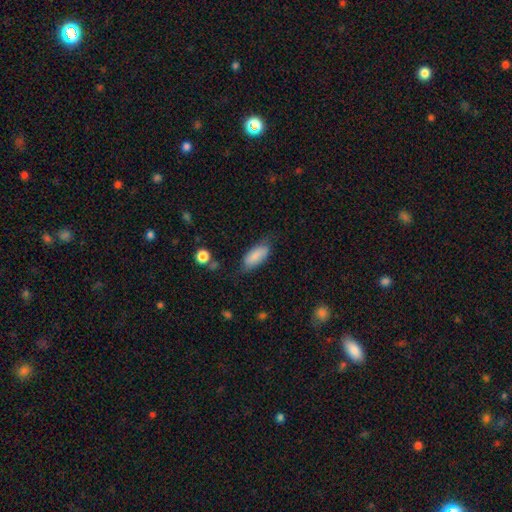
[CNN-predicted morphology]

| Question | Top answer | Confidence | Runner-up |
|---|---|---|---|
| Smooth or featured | smooth | 83% | featured or disk (11%) |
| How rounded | in between | 85% | cigar-shaped (13%) |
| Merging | none | 63% | minor disturbance (27%) |